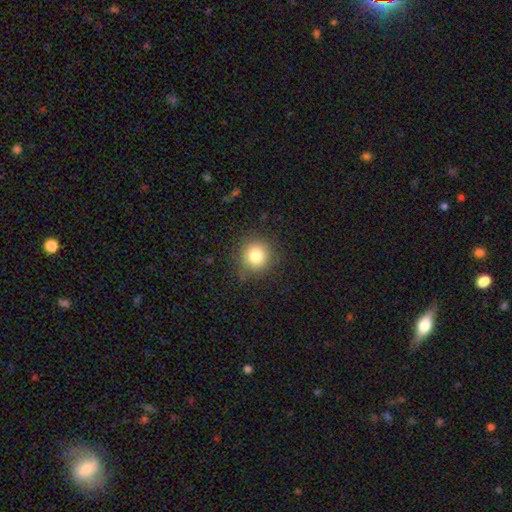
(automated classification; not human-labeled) Smooth or featured? Predicted: smooth (p=0.81). How rounded? Predicted: round (p=0.92). Merging? Predicted: none (p=0.85).